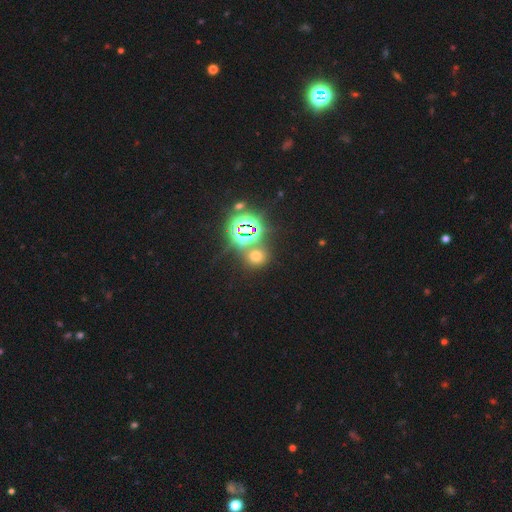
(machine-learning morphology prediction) Q: Smooth or featured?
A: smooth (47%); runner-up: star or artifact (46%)
Q: Merging?
A: none (75%); runner-up: merger (12%)